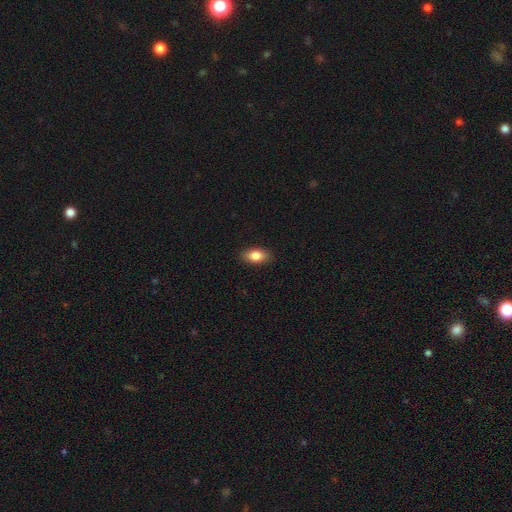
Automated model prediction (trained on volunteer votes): Q: Smooth or featured?
A: smooth (84%); runner-up: featured or disk (9%)
Q: How rounded?
A: in between (90%); runner-up: round (6%)
Q: Merging?
A: none (88%); runner-up: minor disturbance (9%)